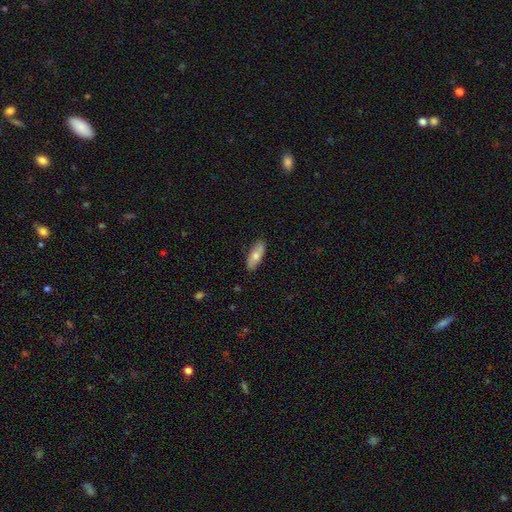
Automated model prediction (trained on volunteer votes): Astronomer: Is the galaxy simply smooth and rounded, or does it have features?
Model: smooth — 68%.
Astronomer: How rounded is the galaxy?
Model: in between — 74%.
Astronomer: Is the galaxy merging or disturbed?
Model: none — 87%.